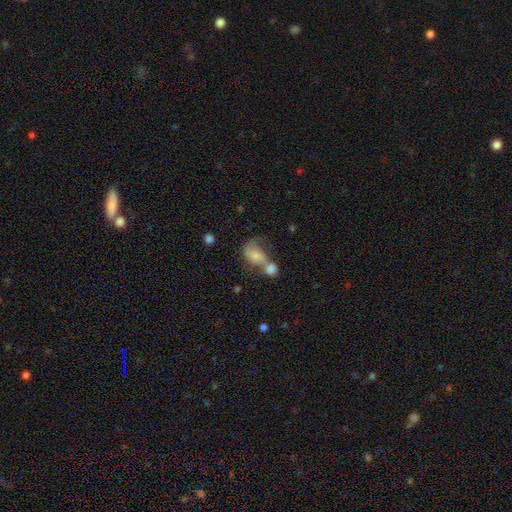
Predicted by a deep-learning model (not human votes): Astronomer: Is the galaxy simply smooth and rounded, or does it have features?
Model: featured or disk — 54% (runner-up: smooth, 35%).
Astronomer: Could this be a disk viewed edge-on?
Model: no — 97%.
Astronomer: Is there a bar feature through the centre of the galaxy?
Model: no — 69%.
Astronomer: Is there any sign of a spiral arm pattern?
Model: yes — 78%.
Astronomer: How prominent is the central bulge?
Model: small — 42%, tied with moderate at 42%.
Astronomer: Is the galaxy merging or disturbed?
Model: merger — 53%.